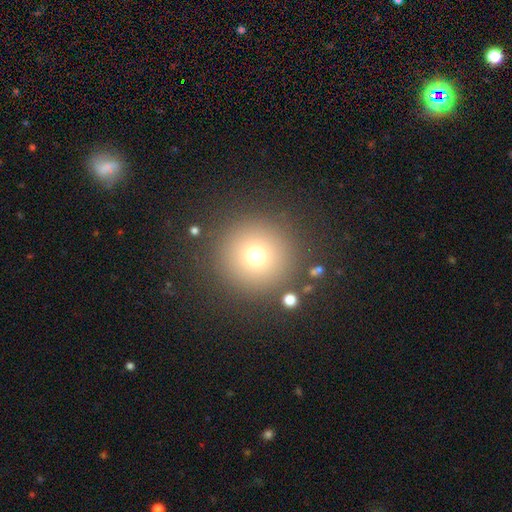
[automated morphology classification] Smooth or featured?
  - smooth: 72% *
  - star or artifact: 18%
  - featured or disk: 10%
How rounded?
  - round: 96% *
  - in between: 3%
  - cigar-shaped: 1%
Merging?
  - none: 87% *
  - minor disturbance: 6%
  - major disturbance: 4%
  - merger: 3%